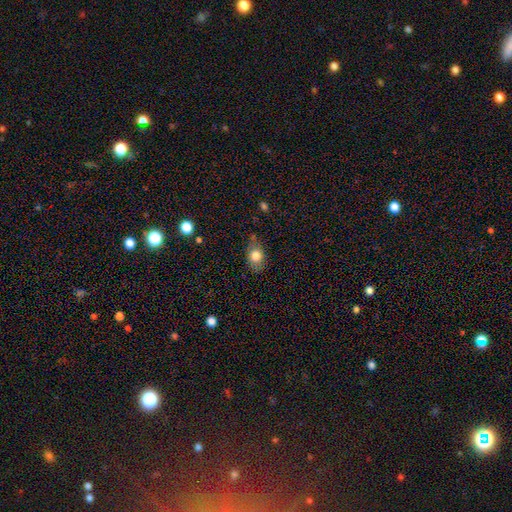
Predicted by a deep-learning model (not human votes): Smooth or featured? smooth (78%)
How rounded? in between (75%)
Merging? none (70%)